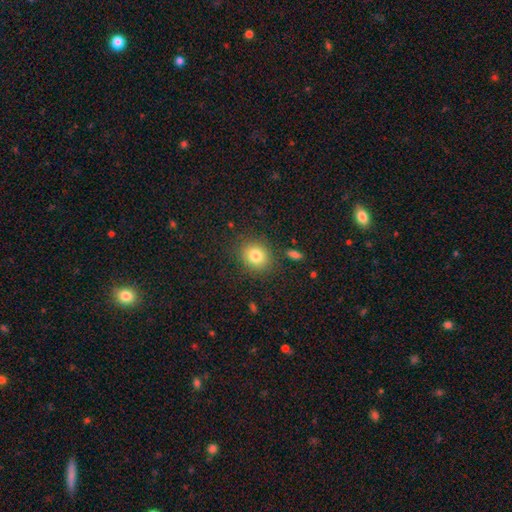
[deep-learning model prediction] Morphology: type=smooth (81%); roundness=round (71%); merging=none (84%).